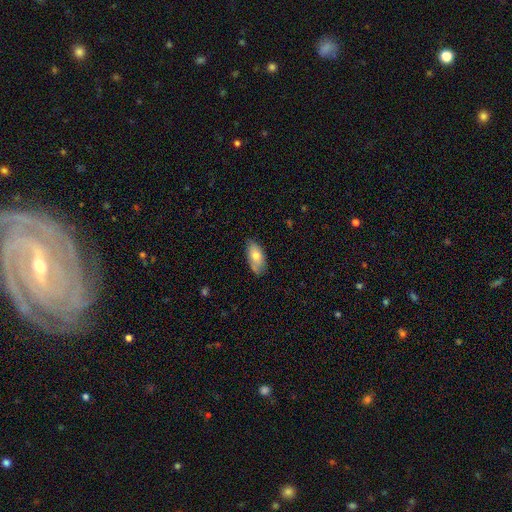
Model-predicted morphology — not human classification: Smooth or featured? smooth (71%)
How rounded? in between (92%)
Merging? none (74%)